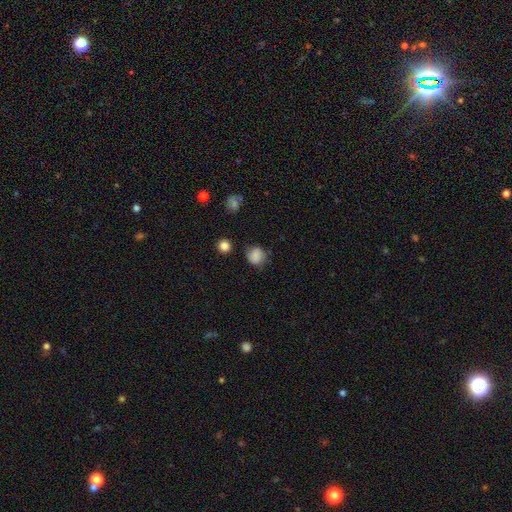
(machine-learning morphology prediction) Smooth or featured? Predicted: smooth (p=0.75). How rounded? Predicted: round (p=0.82). Merging? Predicted: none (p=0.71).